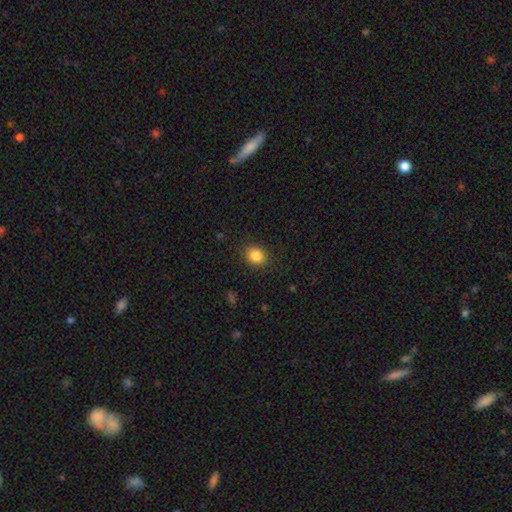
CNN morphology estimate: type=smooth (85%); roundness=round (59%); merging=none (88%).